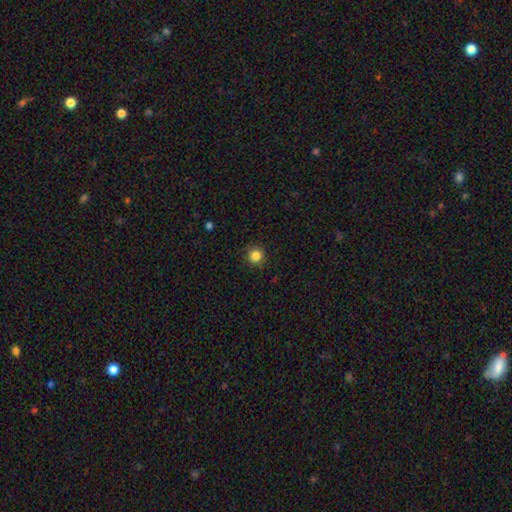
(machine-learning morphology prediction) smooth 84%, star or artifact 11%, featured or disk 4%. Down the decision tree: how rounded — round (95%); merging — none (91%).